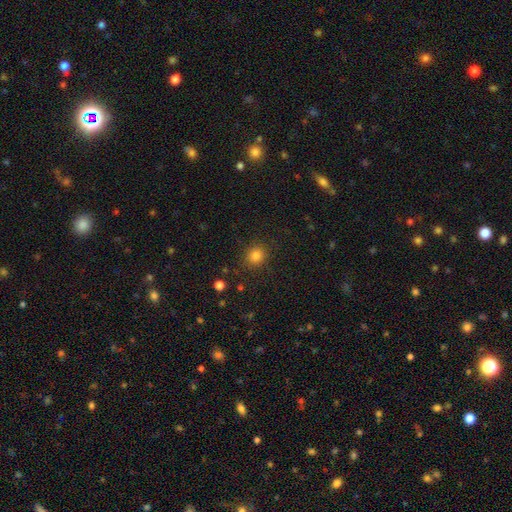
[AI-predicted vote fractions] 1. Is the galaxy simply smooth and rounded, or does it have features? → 83% smooth, 12% star or artifact, 4% featured or disk.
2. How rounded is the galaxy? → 82% round, 17% in between, 1% cigar-shaped.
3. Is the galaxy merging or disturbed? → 86% none, 9% minor disturbance, 3% major disturbance, 2% merger.